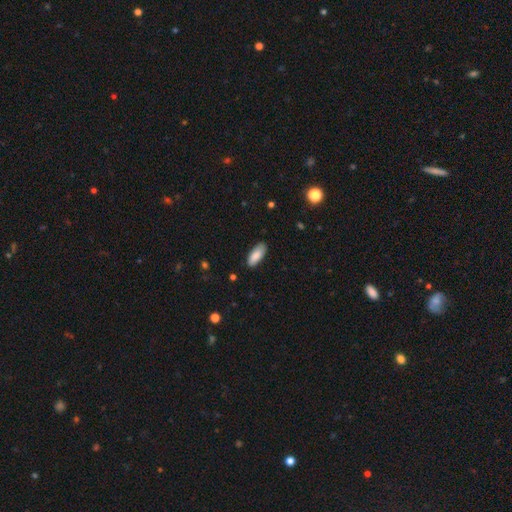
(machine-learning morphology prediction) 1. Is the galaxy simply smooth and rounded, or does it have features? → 87% smooth, 7% featured or disk, 6% star or artifact.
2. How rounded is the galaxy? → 79% in between, 19% cigar-shaped, 2% round.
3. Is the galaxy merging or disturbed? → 84% none, 13% minor disturbance, 2% major disturbance, 1% merger.